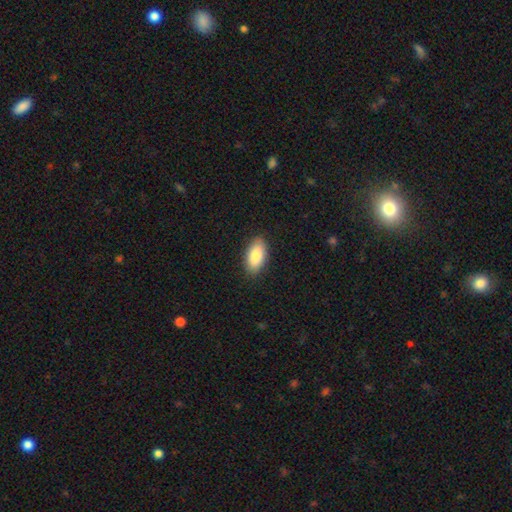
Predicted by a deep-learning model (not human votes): smooth-or-featured: smooth: 85% | featured or disk: 9% | star or artifact: 6%
  how-rounded: in between: 93% | cigar-shaped: 4% | round: 3%
  merging: none: 88% | minor disturbance: 9% | major disturbance: 2% | merger: 1%